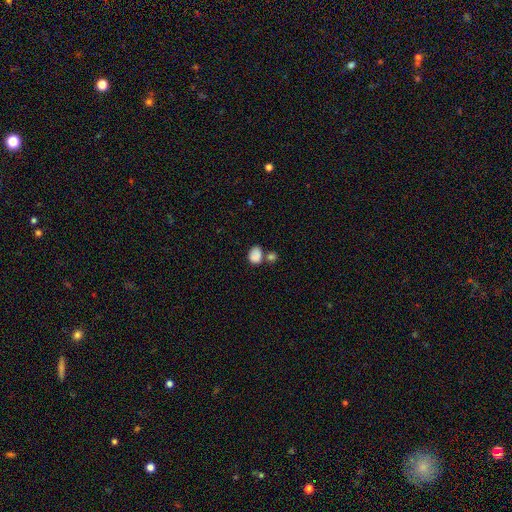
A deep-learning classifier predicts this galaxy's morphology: A smooth galaxy with no disk features (85%) that is in between round and cigar-shaped (59%).

Vote fractions:
- Smooth or featured? smooth: 85% / star or artifact: 9% / featured or disk: 6%
- How rounded? in between: 59% / round: 40% / cigar-shaped: 1%
- Merging? none: 49% / merger: 31% / minor disturbance: 14% / major disturbance: 6%